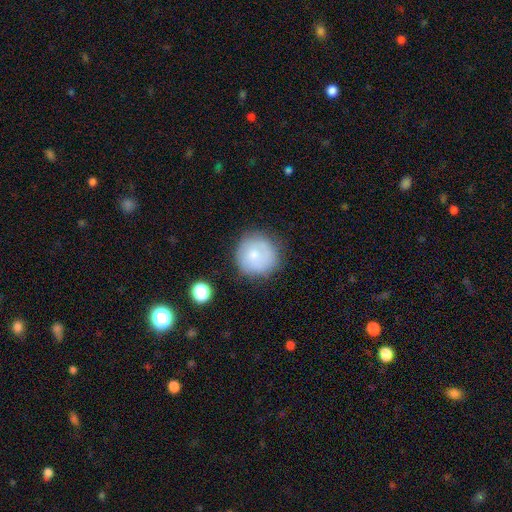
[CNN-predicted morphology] Smooth or featured? smooth (67%)
How rounded? round (93%)
Merging? none (76%)